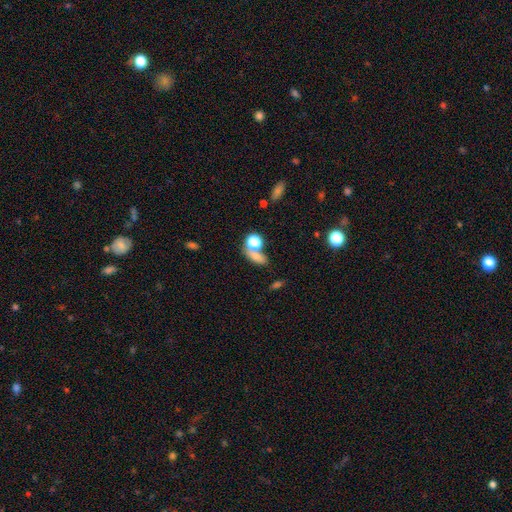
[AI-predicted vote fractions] Smooth or featured? Predicted: smooth (p=0.71). How rounded? Predicted: in between (p=0.62). Merging? Predicted: none (p=0.43).